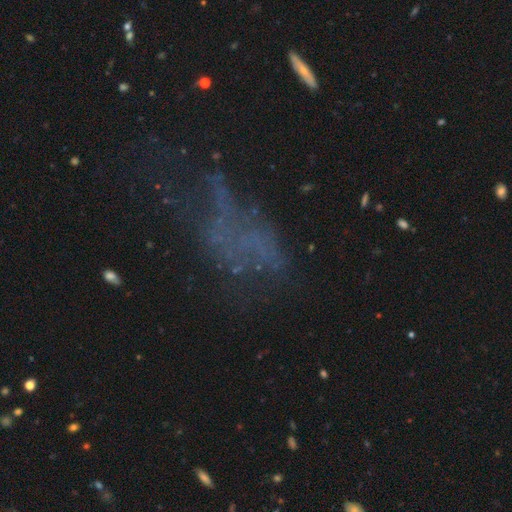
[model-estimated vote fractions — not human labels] smooth_or_featured: featured or disk (p=0.38) [alt: star or artifact p=0.37]
merging: major disturbance (p=0.40) [alt: none p=0.36]